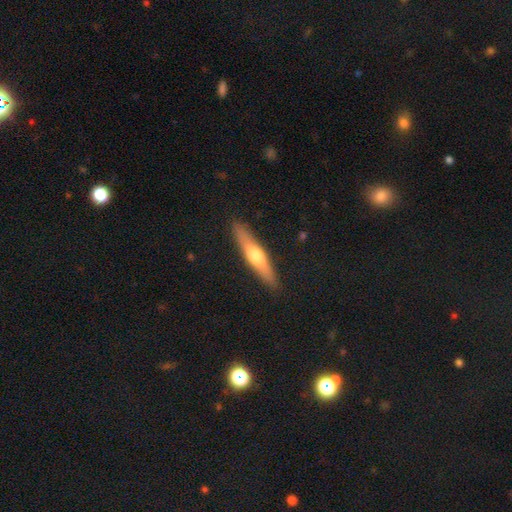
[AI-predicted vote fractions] smooth 48%, featured or disk 47%, star or artifact 5%. Down the decision tree: merging — none (89%).